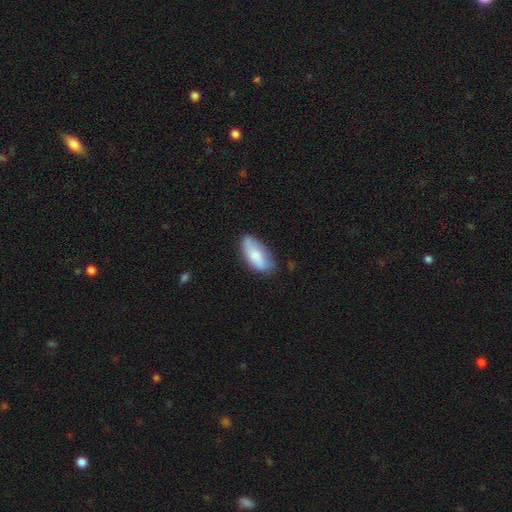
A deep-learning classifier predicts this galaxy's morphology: This appears to be a smooth galaxy with no disk features (71%) that is in between round and cigar-shaped (90%). Merging: none (70%).